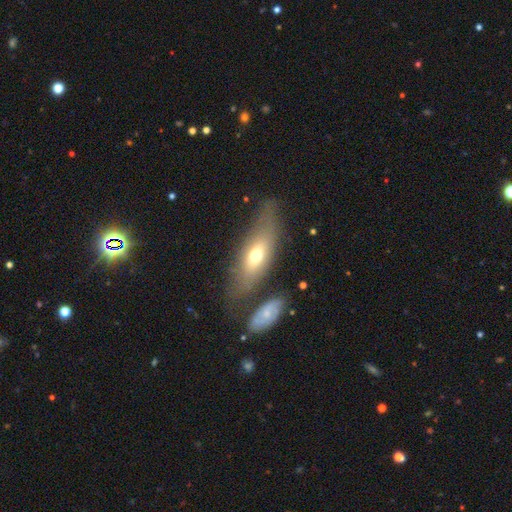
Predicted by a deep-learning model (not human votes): smooth 57%, featured or disk 35%, star or artifact 8%. Down the decision tree: how rounded — in between (66%); merging — none (61%).